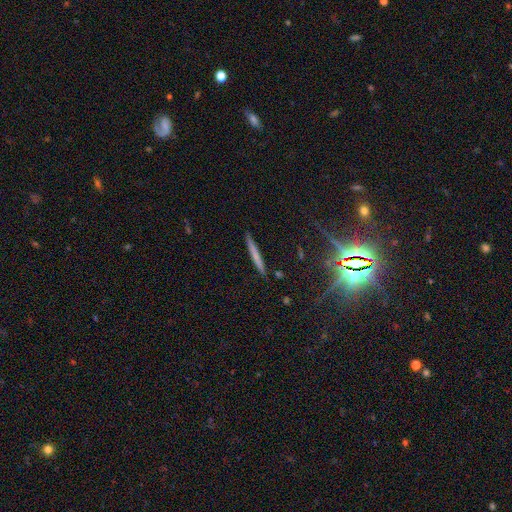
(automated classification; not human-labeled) Smooth or featured? Predicted: smooth (p=0.60). How rounded? Predicted: cigar-shaped (p=0.96). Merging? Predicted: none (p=0.89).